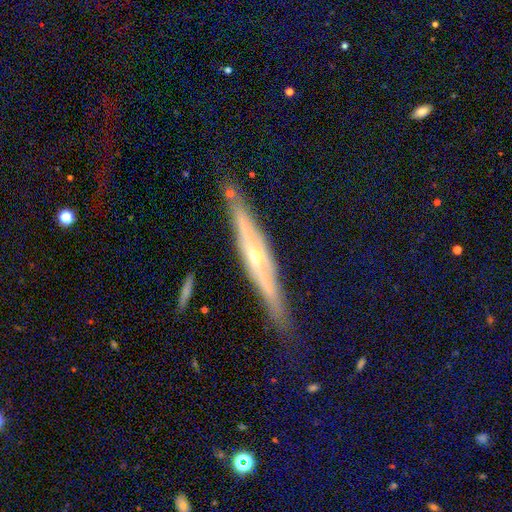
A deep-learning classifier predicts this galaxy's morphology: featured or disk 74%, smooth 17%, star or artifact 9%. Down the decision tree: edge-on disk — yes (88%); edge-on bulge — rounded (76%); merging — none (79%).